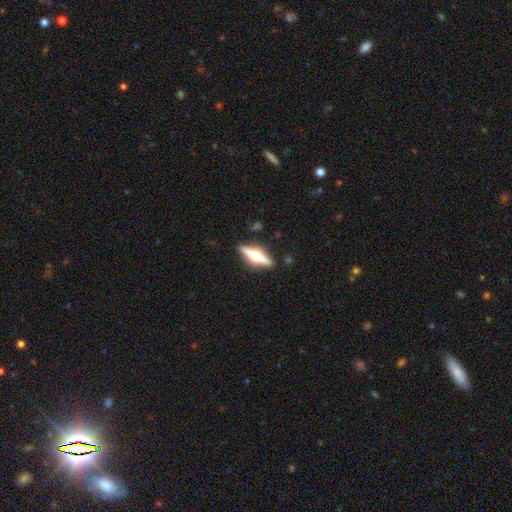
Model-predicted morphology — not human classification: Smooth or featured? featured or disk (73%)
Edge-on disk? yes (97%)
Edge-on bulge? rounded (94%)
Merging? none (88%)